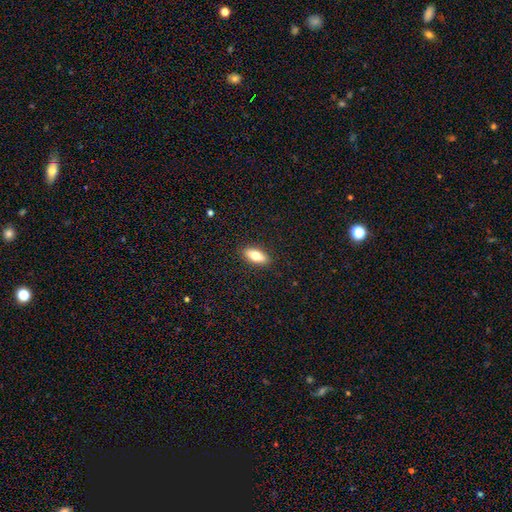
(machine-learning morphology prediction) Smooth or featured? smooth (74%)
How rounded? in between (79%)
Merging? none (90%)